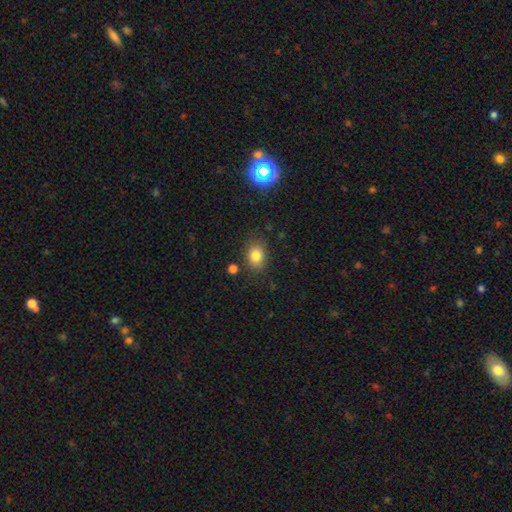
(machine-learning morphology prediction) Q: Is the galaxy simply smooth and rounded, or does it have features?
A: smooth — 80%.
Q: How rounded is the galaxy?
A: in between — 62%.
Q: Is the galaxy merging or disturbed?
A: none — 81%.